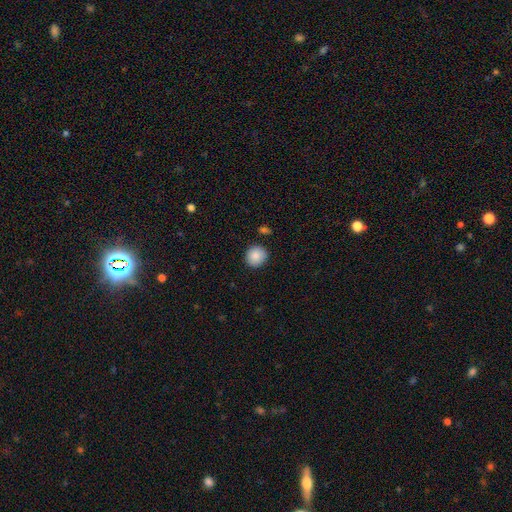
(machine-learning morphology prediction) smooth_or_featured: smooth (p=0.87) [alt: star or artifact p=0.08]
how_rounded: round (p=0.89) [alt: in between p=0.10]
merging: none (p=0.88) [alt: minor disturbance p=0.08]